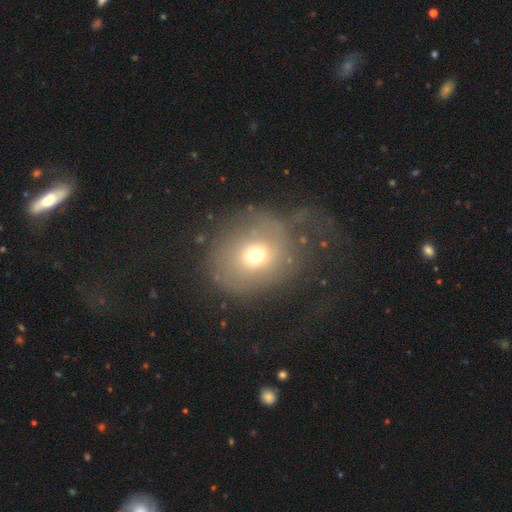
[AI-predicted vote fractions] smooth-or-featured: smooth: 59% | featured or disk: 27% | star or artifact: 14%
  how-rounded: round: 75% | in between: 24% | cigar-shaped: 1%
  merging: none: 49% | major disturbance: 26% | minor disturbance: 21% | merger: 4%